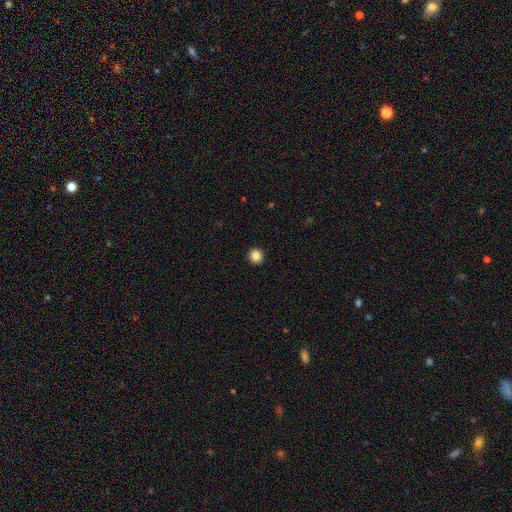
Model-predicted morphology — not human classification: Overall: smooth (86%). How rounded: round (94%). Merging: none (94%).